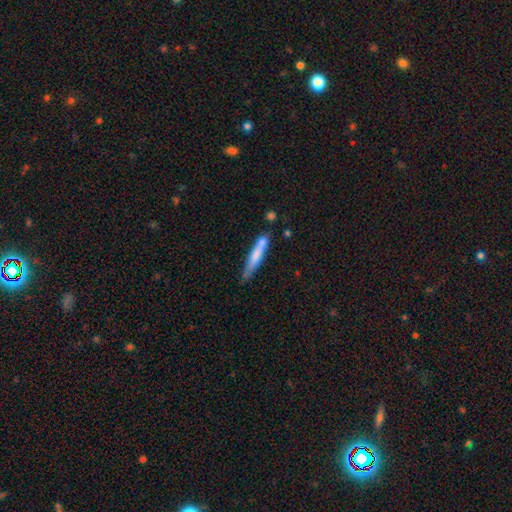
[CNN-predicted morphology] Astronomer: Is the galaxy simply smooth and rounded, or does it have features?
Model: smooth — 66%.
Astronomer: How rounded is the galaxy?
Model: cigar-shaped — 92%.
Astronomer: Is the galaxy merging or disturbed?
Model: none — 62%.